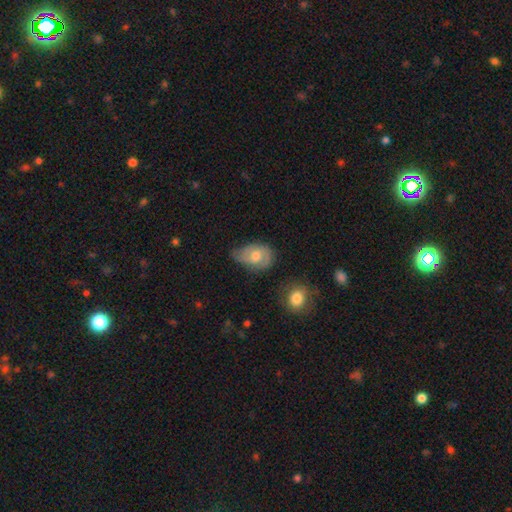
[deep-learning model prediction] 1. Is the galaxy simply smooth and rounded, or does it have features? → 49% featured or disk, 44% smooth, 7% star or artifact.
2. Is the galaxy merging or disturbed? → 43% none, 39% minor disturbance, 15% major disturbance, 3% merger.